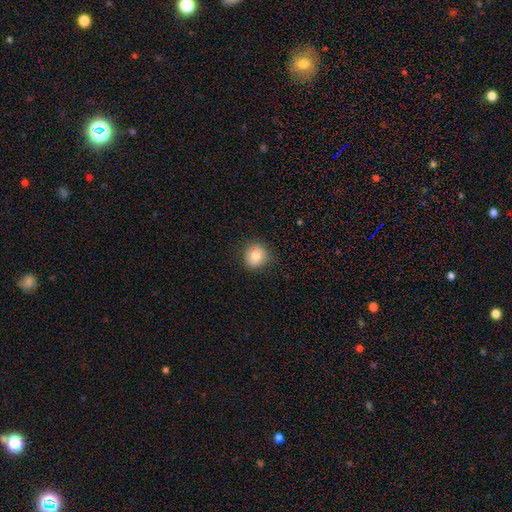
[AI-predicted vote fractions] This is likely a smooth galaxy (79%). How rounded: clearly round (84%). Merging: clearly none (82%).